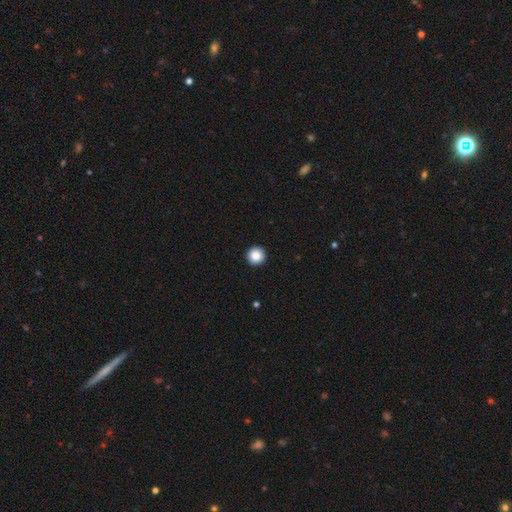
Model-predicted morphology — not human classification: smooth 88%, star or artifact 9%, featured or disk 3%. Down the decision tree: how rounded — round (96%); merging — none (94%).